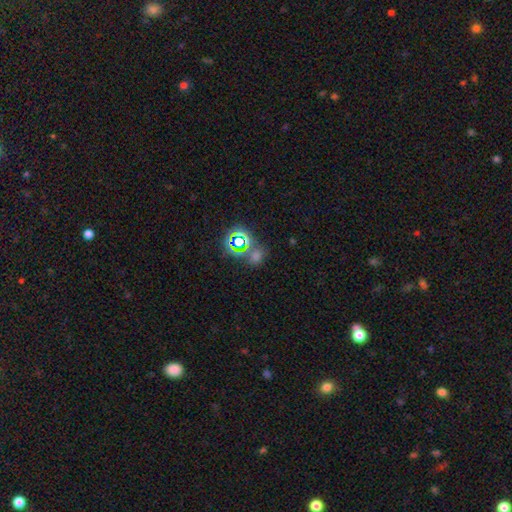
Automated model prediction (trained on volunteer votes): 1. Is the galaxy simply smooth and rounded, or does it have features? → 54% star or artifact, 36% smooth, 10% featured or disk.